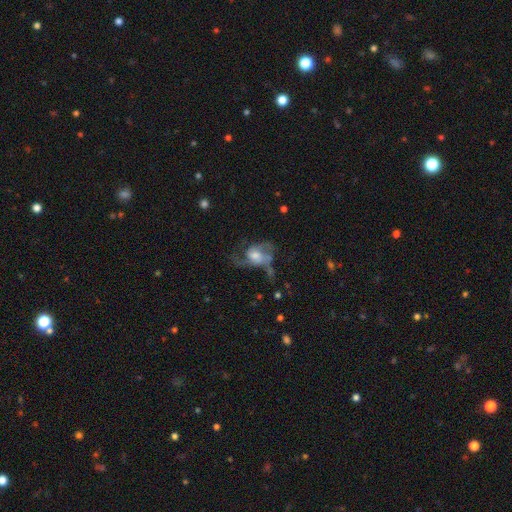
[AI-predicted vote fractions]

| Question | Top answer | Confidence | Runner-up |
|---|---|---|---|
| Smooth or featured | featured or disk | 66% | smooth (24%) |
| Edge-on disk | no | 97% | yes (3%) |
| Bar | no | 67% | weak (27%) |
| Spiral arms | yes | 77% | no (23%) |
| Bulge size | moderate | 50% | small (22%) |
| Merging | major disturbance | 44% | none (31%) |